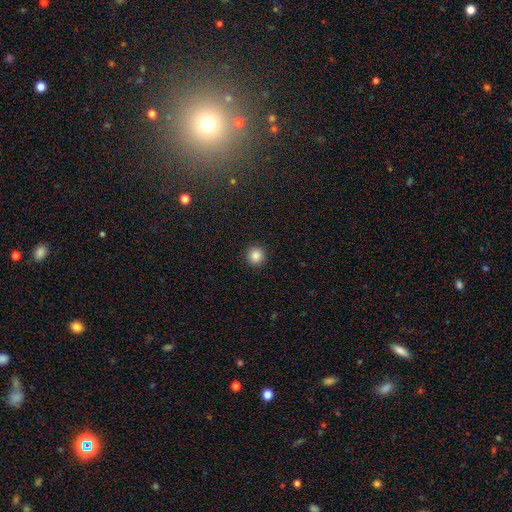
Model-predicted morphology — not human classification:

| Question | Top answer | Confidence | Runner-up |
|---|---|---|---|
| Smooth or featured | smooth | 86% | star or artifact (10%) |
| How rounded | round | 95% | in between (4%) |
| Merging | none | 93% | minor disturbance (5%) |